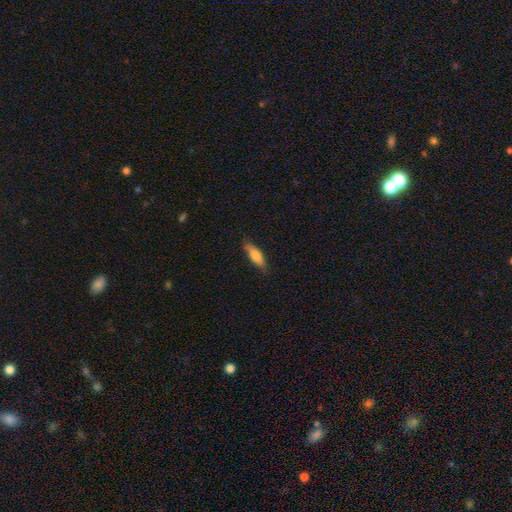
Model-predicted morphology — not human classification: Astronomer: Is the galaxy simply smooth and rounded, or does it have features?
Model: smooth — 78%.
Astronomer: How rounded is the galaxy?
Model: in between — 52% (runner-up: cigar-shaped, 46%).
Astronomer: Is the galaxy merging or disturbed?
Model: none — 75%.